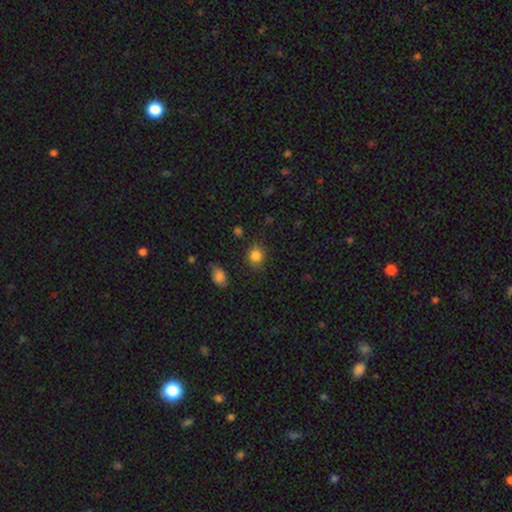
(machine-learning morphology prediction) A smooth galaxy with no disk features (84%) that is round (78%).

Vote fractions:
- Smooth or featured? smooth: 84% / star or artifact: 11% / featured or disk: 5%
- How rounded? round: 78% / in between: 21% / cigar-shaped: 1%
- Merging? none: 80% / minor disturbance: 14% / major disturbance: 4% / merger: 2%